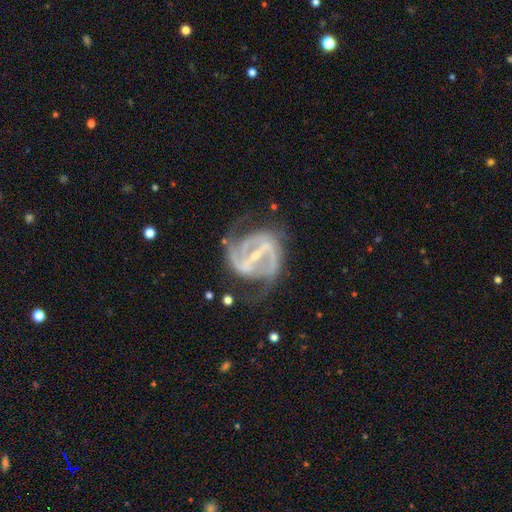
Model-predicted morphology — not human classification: smooth_or_featured: featured or disk (p=0.90) [alt: star or artifact p=0.06]
disk_edge_on: no (p=0.96) [alt: yes p=0.04]
bar: strong (p=0.74) [alt: weak p=0.20]
has_spiral_arms: yes (p=0.95) [alt: no p=0.05]
spiral_winding: medium (p=0.50) [alt: tight p=0.29]
spiral_arm_count: 2 (p=0.74) [alt: 3 p=0.10]
bulge_size: small (p=0.72) [alt: moderate p=0.19]
merging: none (p=0.60) [alt: minor disturbance p=0.20]